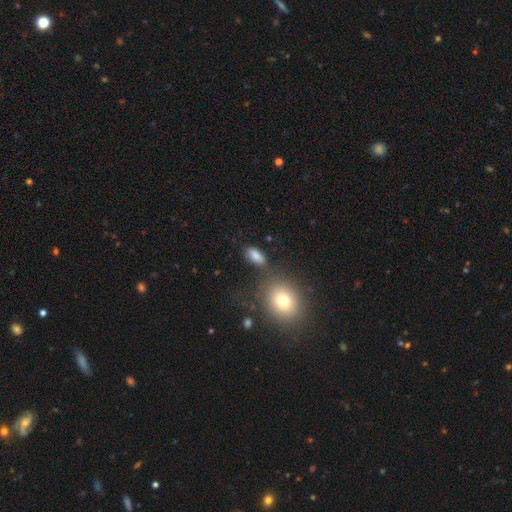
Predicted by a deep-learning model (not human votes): This appears to be a smooth galaxy with no disk features (81%) that is in between round and cigar-shaped (86%). Merging: none (67%).